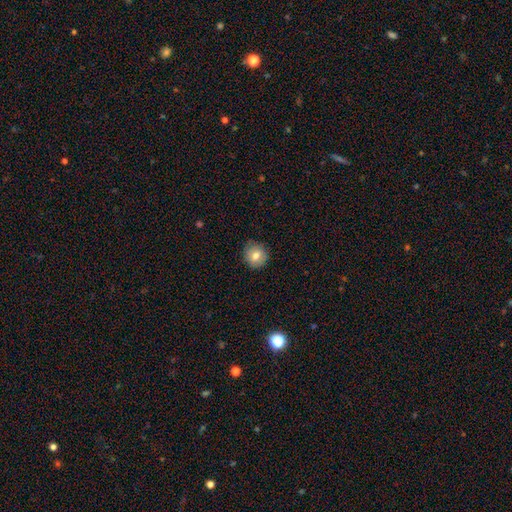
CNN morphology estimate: Smooth or featured? smooth (77%)
How rounded? round (89%)
Merging? none (85%)